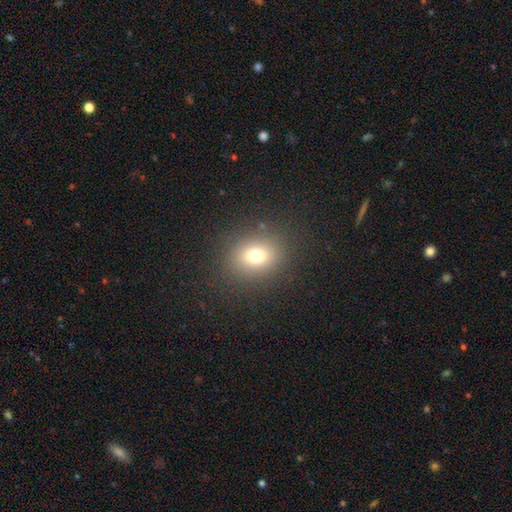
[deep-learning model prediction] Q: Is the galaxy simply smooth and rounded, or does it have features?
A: smooth — 72%.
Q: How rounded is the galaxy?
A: round — 69%.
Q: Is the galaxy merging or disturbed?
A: none — 86%.